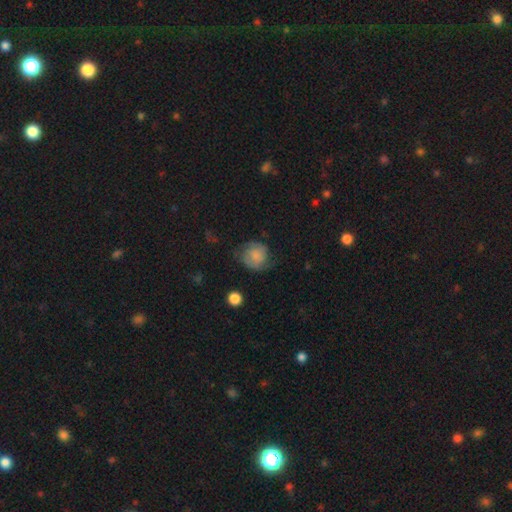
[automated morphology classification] Overall: smooth (57%; featured or disk 35%). How rounded: round (79%). Merging: none (56%; minor disturbance 27%).